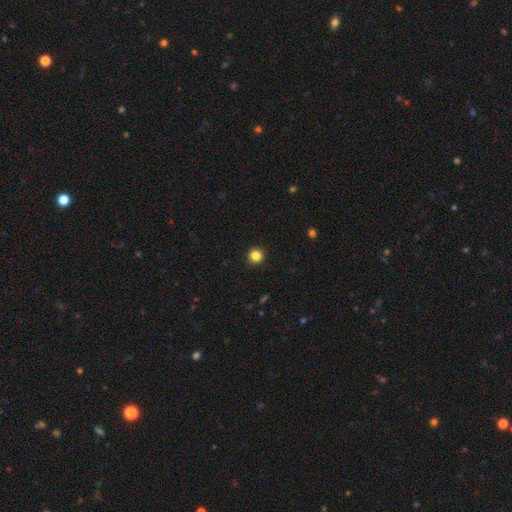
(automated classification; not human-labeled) Morphology: type=smooth (84%); roundness=round (95%); merging=none (94%).